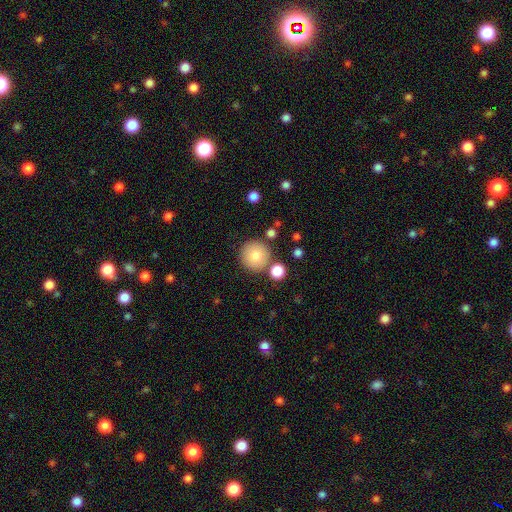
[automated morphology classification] type=smooth (81%); roundness=round (95%); merging=none (81%).